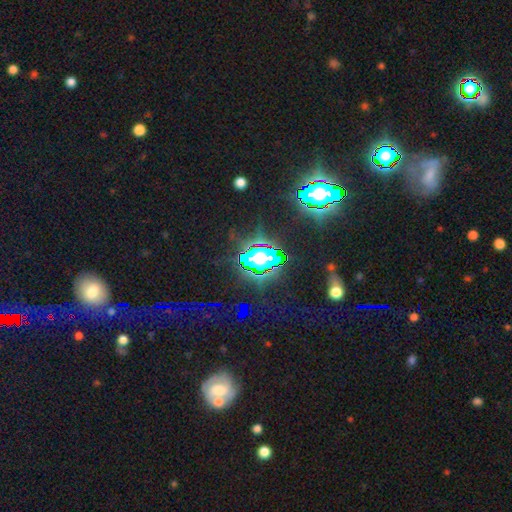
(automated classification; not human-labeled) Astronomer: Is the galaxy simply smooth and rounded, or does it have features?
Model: star or artifact — 80%.